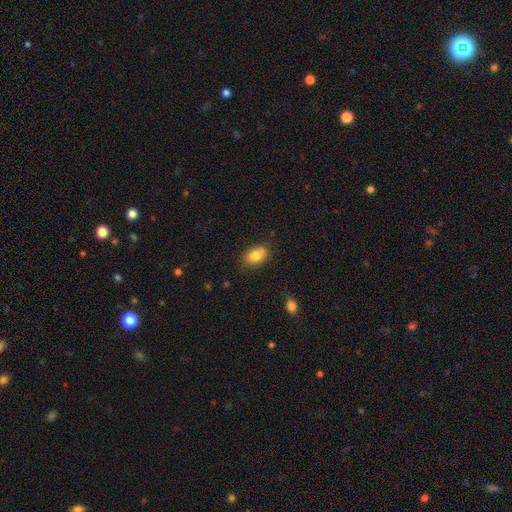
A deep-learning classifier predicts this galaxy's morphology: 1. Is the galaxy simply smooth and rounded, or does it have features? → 79% smooth, 11% featured or disk, 9% star or artifact.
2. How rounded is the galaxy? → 77% in between, 22% round, 1% cigar-shaped.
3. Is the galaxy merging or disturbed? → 71% none, 18% minor disturbance, 7% merger, 3% major disturbance.